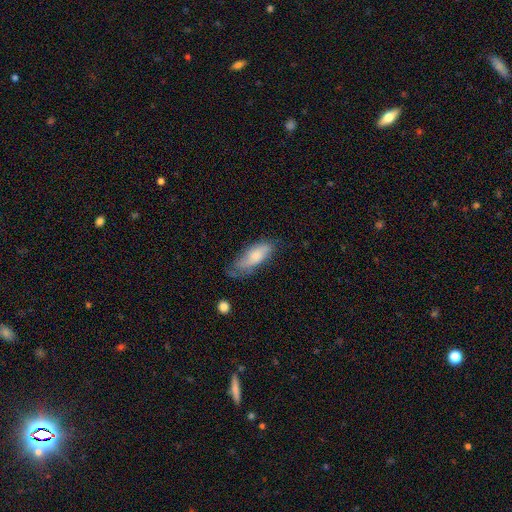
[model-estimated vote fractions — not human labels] This is likely a smooth galaxy (71%). How rounded: likely in between (71%). Merging: possibly none (52%).